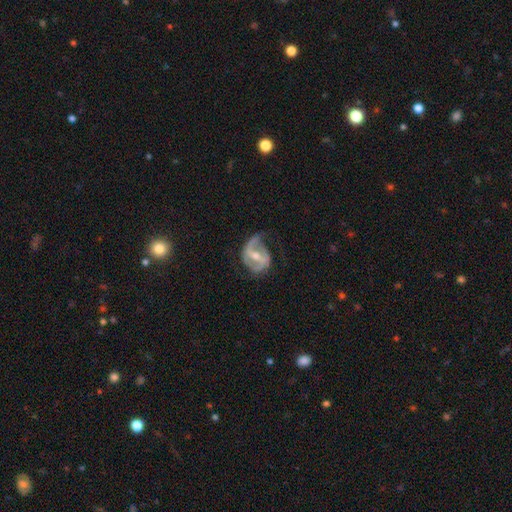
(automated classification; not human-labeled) The model was most divided on "spiral winding": medium: 42%, loose: 34%, tight: 25%. Remaining: edge-on disk — no (96%); spiral arms — yes (80%); smooth or featured — featured or disk (78%); spiral arm count — 2 (63%); bulge size — moderate (60%); bar — strong (49%); merging — none (43%).